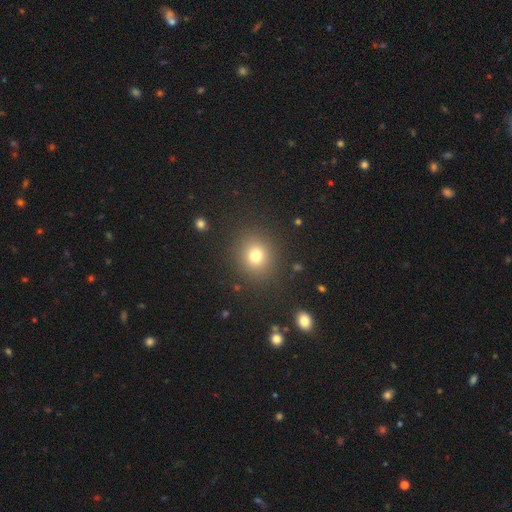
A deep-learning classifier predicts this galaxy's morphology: Smooth or featured? Predicted: smooth (p=0.75). How rounded? Predicted: round (p=0.84). Merging? Predicted: none (p=0.88).